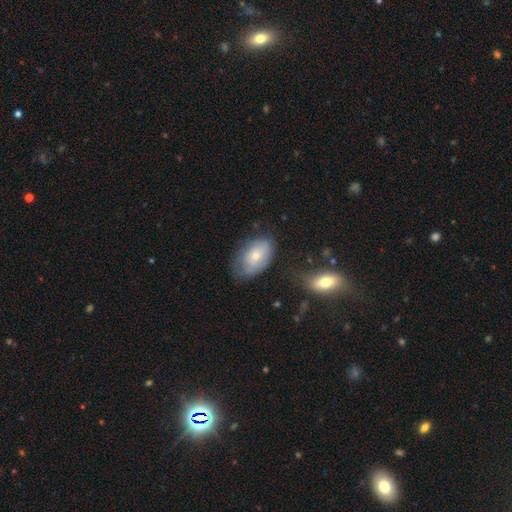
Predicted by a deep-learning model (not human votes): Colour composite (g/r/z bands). It shows a smooth galaxy with no disk features (53%) that is in between round and cigar-shaped (89%). Merging: none (64%).